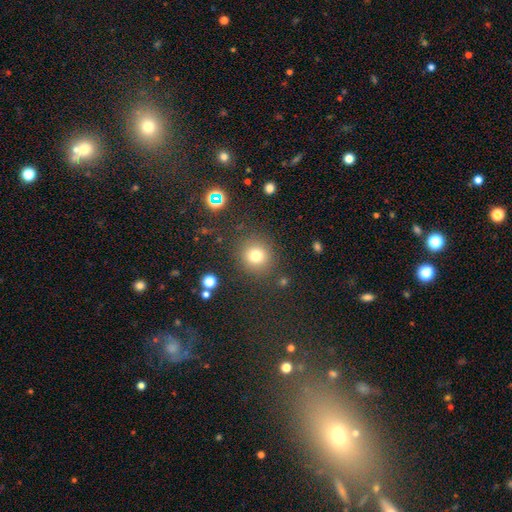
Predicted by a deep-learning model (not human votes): Q: Smooth or featured?
A: smooth (76%); runner-up: star or artifact (16%)
Q: How rounded?
A: round (90%); runner-up: in between (9%)
Q: Merging?
A: none (85%); runner-up: minor disturbance (8%)